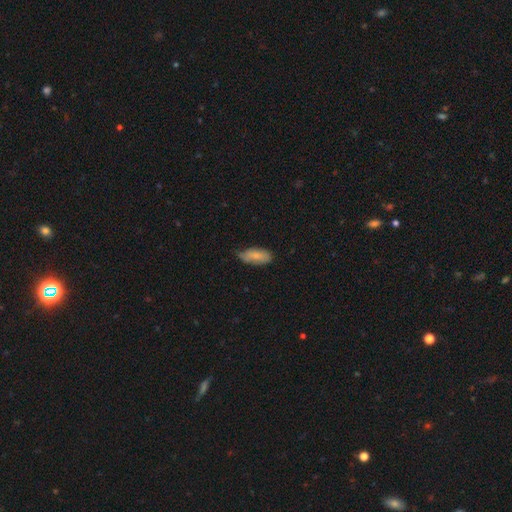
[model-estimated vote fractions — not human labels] smooth_or_featured: smooth (p=0.79) [alt: featured or disk p=0.15]
how_rounded: in between (p=0.85) [alt: cigar-shaped p=0.13]
merging: none (p=0.55) [alt: minor disturbance p=0.37]